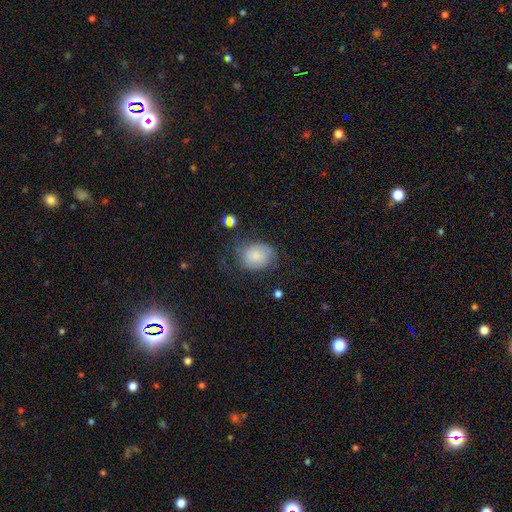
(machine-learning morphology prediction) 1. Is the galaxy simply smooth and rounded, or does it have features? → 68% smooth, 23% featured or disk, 9% star or artifact.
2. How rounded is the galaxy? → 53% in between, 46% round, 1% cigar-shaped.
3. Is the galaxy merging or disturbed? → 49% none, 28% minor disturbance, 20% major disturbance, 3% merger.